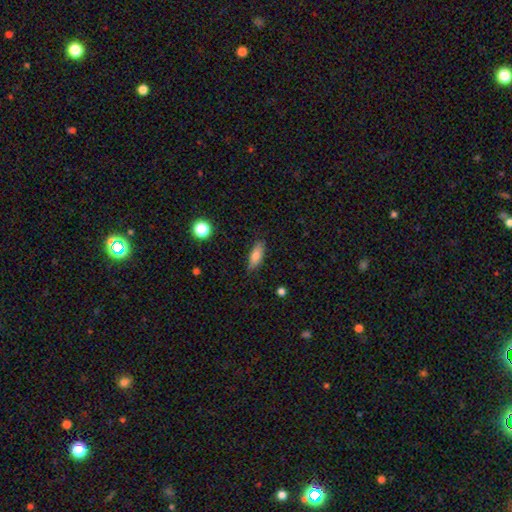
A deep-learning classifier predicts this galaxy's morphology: smooth-or-featured: smooth: 77% | featured or disk: 15% | star or artifact: 8%
  how-rounded: in between: 65% | cigar-shaped: 32% | round: 3%
  merging: none: 81% | minor disturbance: 15% | major disturbance: 3% | merger: 1%